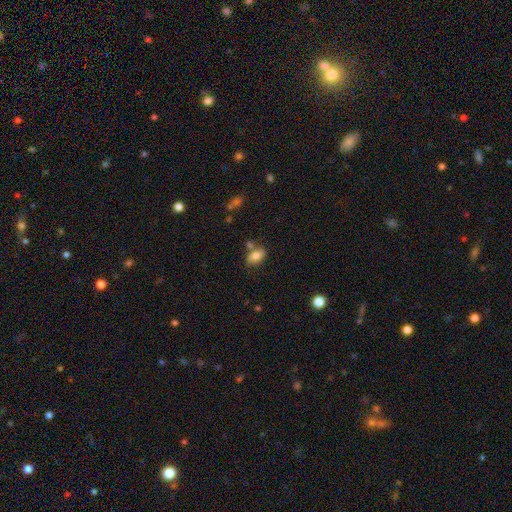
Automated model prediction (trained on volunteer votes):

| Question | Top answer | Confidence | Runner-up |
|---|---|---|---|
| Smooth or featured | smooth | 80% | featured or disk (11%) |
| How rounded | in between | 87% | round (11%) |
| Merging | none | 65% | merger (16%) |